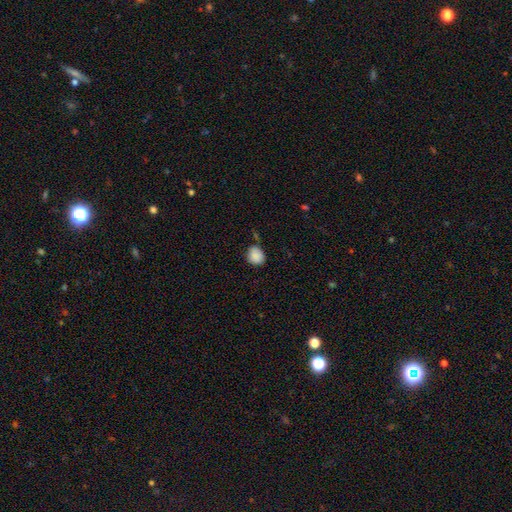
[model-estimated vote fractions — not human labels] This appears to be a smooth galaxy with no disk features (88%) that is round (68%). Merging: none (67%).